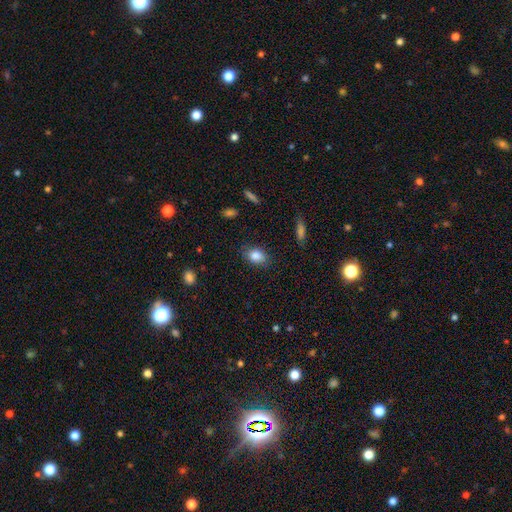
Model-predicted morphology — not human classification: type=smooth (84%); roundness=in between (78%); merging=none (82%).